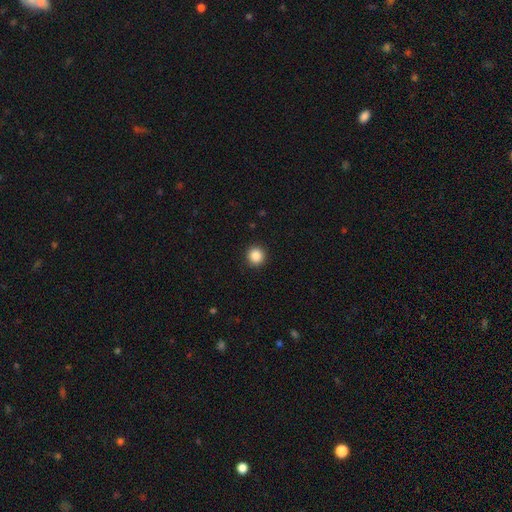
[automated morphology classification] The model was most divided on "smooth or featured": smooth: 87%, star or artifact: 10%, featured or disk: 3%. More confident: how rounded — round (95%); merging — none (93%).